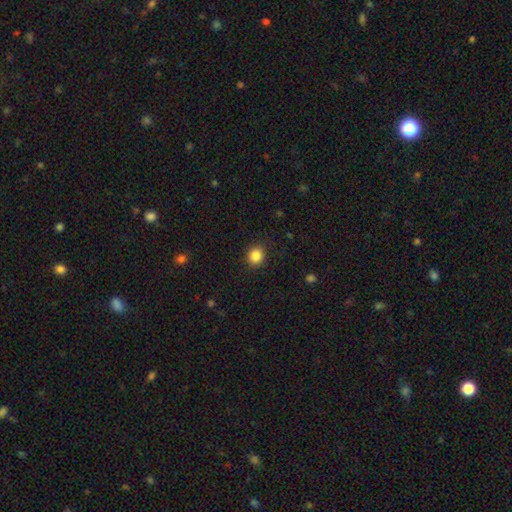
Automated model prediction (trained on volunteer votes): The model was most divided on "how rounded": round: 82%, in between: 17%, cigar-shaped: 1%. More confident: merging — none (90%); smooth or featured — smooth (86%).